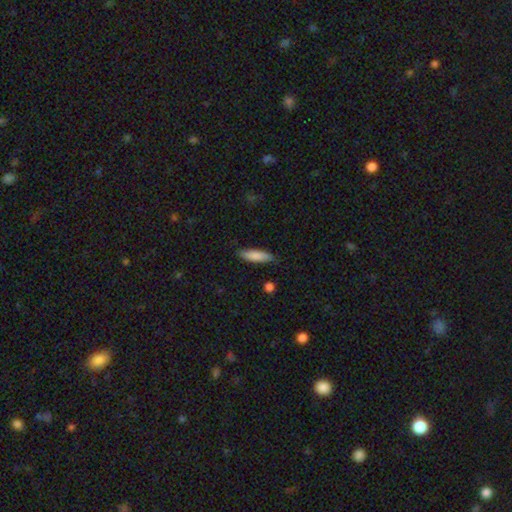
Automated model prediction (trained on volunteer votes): Smooth or featured? smooth (84%)
How rounded? cigar-shaped (63%)
Merging? none (83%)